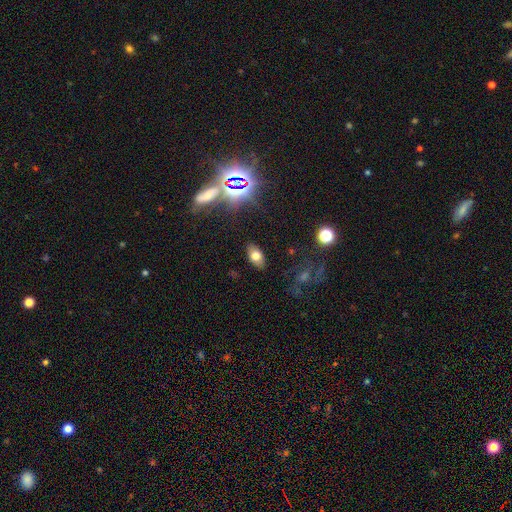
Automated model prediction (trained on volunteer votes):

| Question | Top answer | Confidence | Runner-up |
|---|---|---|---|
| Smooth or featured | smooth | 67% | star or artifact (16%) |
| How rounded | in between | 90% | round (7%) |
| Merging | none | 86% | minor disturbance (10%) |